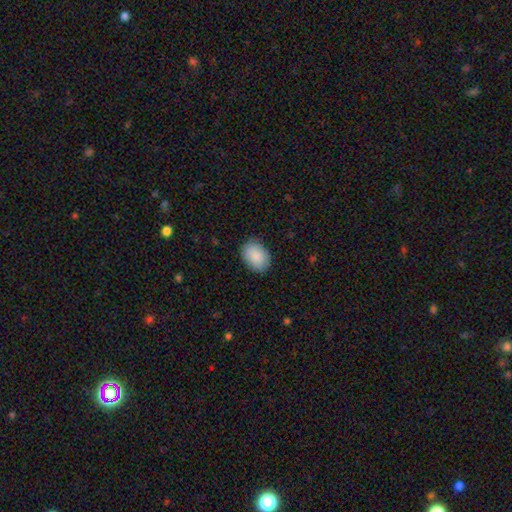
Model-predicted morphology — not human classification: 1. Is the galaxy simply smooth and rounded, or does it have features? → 89% smooth, 6% star or artifact, 5% featured or disk.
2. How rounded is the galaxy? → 77% in between, 22% round, 1% cigar-shaped.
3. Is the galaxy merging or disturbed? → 85% none, 12% minor disturbance, 2% major disturbance, 1% merger.